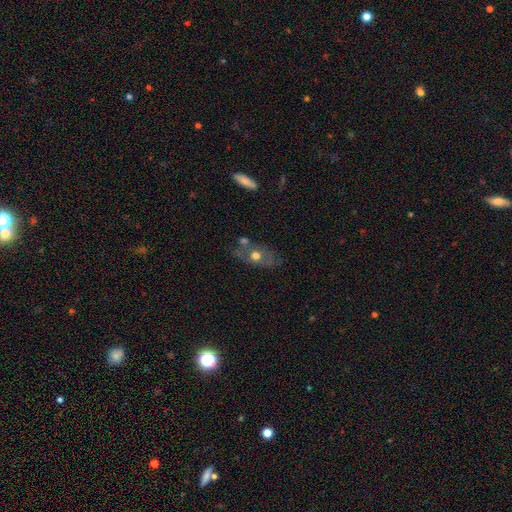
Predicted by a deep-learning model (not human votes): smooth 47%, featured or disk 44%, star or artifact 9%. Down the decision tree: merging — none (55%).